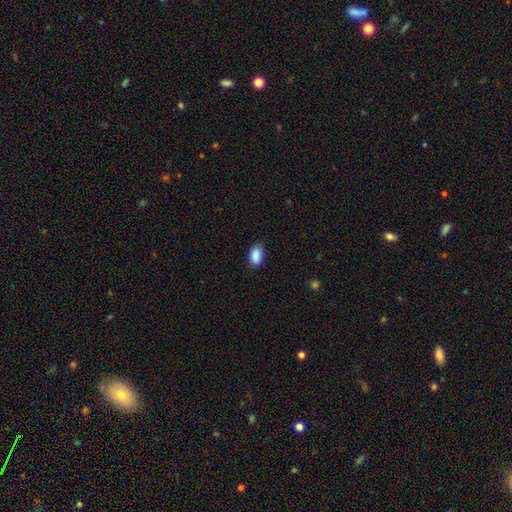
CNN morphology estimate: type=smooth (89%); roundness=in between (91%); merging=none (80%).